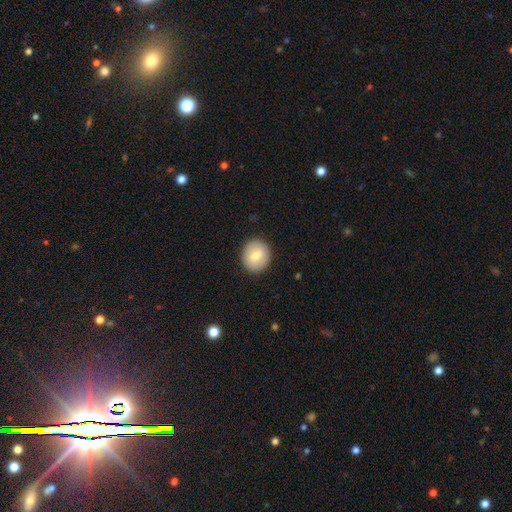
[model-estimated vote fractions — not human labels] The model was most divided on "smooth or featured": smooth: 74%, featured or disk: 18%, star or artifact: 8%. More confident: merging — none (90%); how rounded — round (81%).